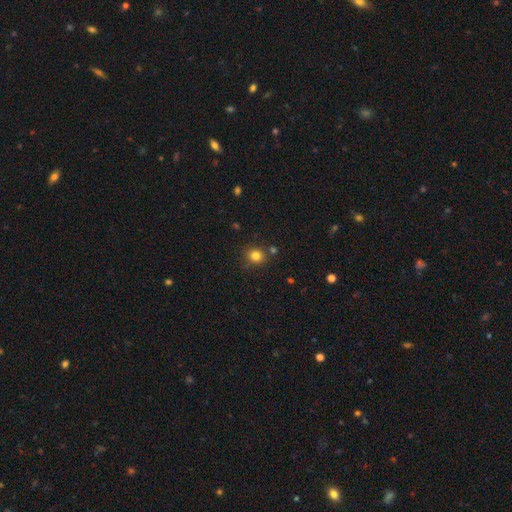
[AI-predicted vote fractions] Overall: smooth (82%). How rounded: round (83%). Merging: none (79%).